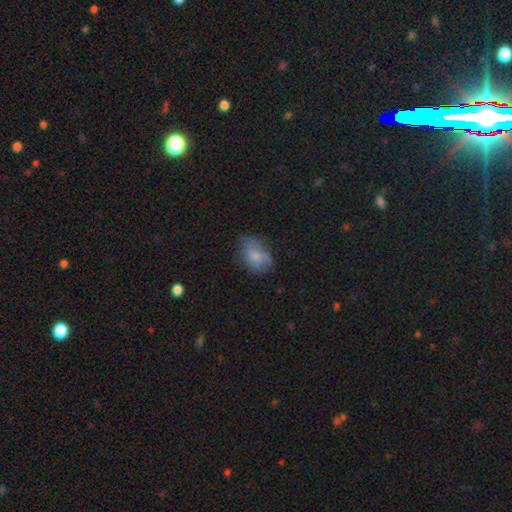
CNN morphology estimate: A smooth galaxy with no disk features (65%) that is in between round and cigar-shaped (79%).

Vote fractions:
- Smooth or featured? smooth: 65% / featured or disk: 26% / star or artifact: 9%
- How rounded? in between: 79% / round: 20% / cigar-shaped: 1%
- Merging? none: 50% / minor disturbance: 31% / major disturbance: 17% / merger: 2%